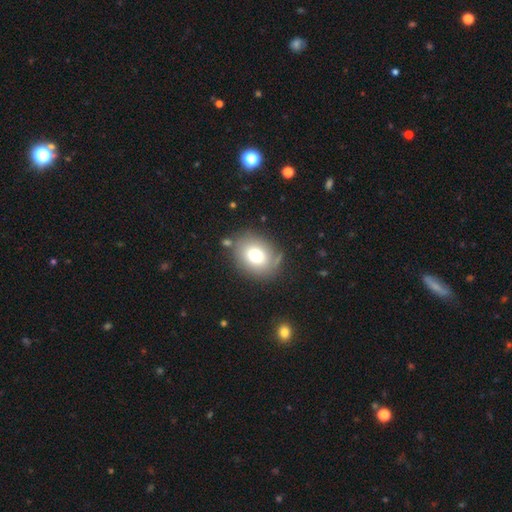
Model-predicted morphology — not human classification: A smooth galaxy with no disk features (73%) that is round (50%). Merging: none (76%).